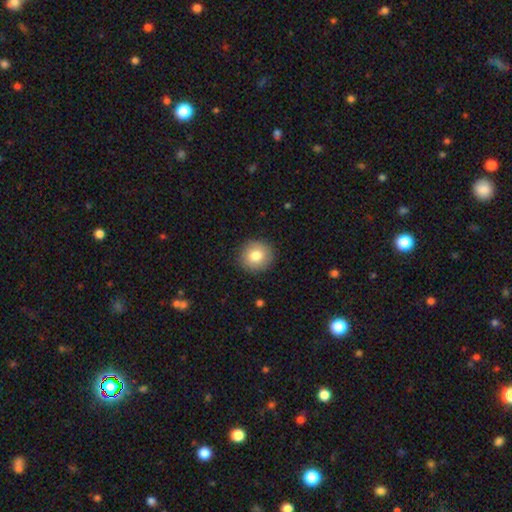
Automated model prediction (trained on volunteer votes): Smooth or featured? Predicted: smooth (p=0.81). How rounded? Predicted: round (p=0.89). Merging? Predicted: none (p=0.90).